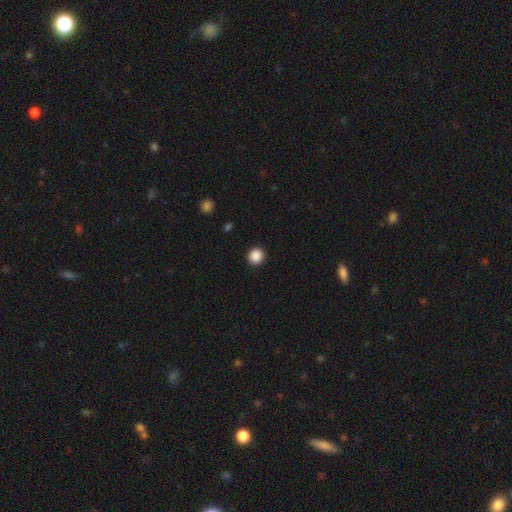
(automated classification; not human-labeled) Morphology: type=smooth (88%); roundness=round (90%); merging=none (92%).